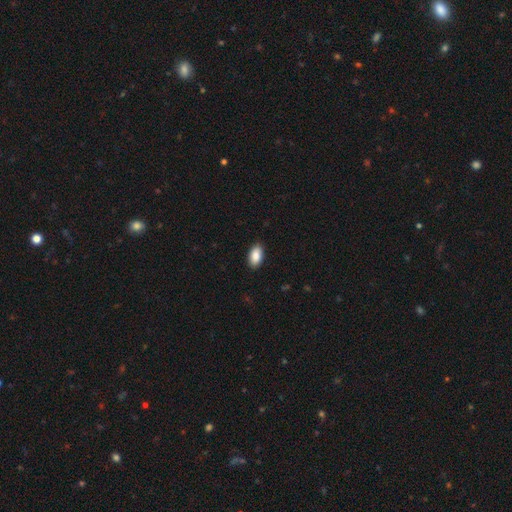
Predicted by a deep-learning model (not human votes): smooth-or-featured: smooth: 88% | star or artifact: 7% | featured or disk: 5%
  how-rounded: in between: 94% | round: 3% | cigar-shaped: 3%
  merging: none: 89% | minor disturbance: 8% | major disturbance: 2% | merger: 1%